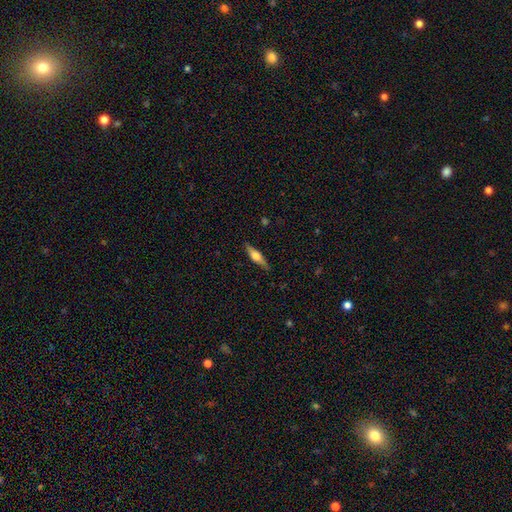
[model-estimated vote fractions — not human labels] A smooth galaxy with no disk features (48%). Merging: none (85%).